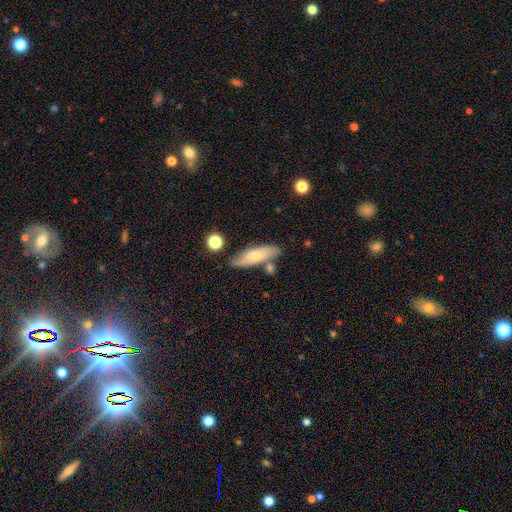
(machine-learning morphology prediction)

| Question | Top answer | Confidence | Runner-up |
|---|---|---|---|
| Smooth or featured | smooth | 58% | featured or disk (35%) |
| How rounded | cigar-shaped | 51% | in between (46%) |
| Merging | none | 70% | minor disturbance (16%) |